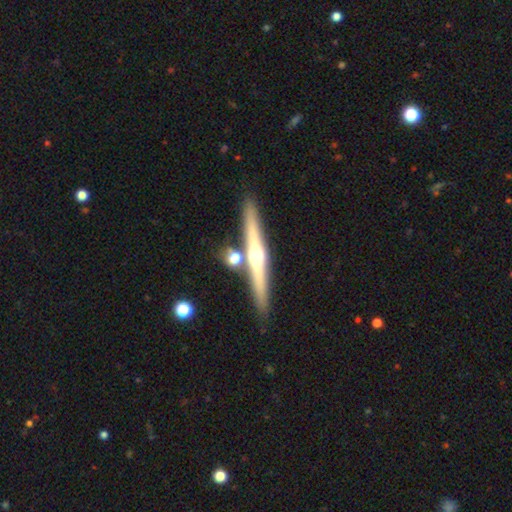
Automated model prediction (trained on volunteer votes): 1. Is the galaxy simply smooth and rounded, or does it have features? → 70% featured or disk, 24% smooth, 6% star or artifact.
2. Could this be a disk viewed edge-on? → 97% yes, 3% no.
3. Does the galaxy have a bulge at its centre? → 91% rounded, 6% none, 3% boxy.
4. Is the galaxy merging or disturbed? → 82% none, 8% merger, 8% minor disturbance, 2% major disturbance.